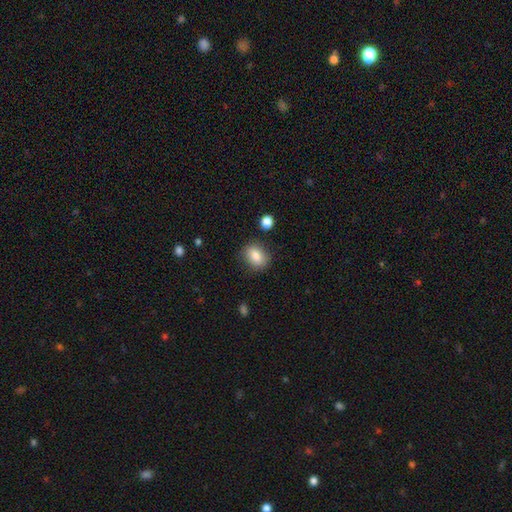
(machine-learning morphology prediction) type=smooth (84%); roundness=in between (55%); merging=none (83%).